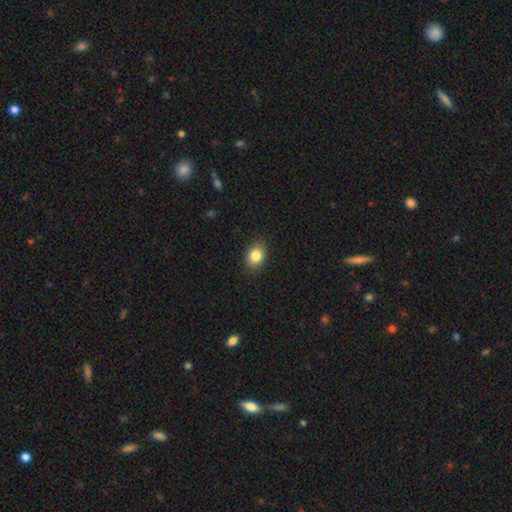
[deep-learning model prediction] Morphology: type=smooth (84%); roundness=in between (64%); merging=none (88%).